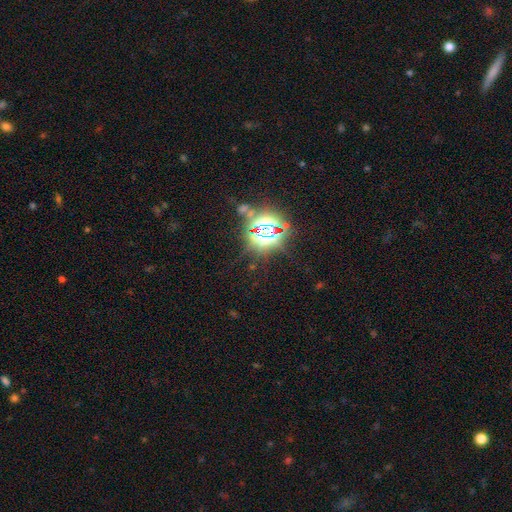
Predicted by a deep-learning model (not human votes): smooth-or-featured: star or artifact: 80% | smooth: 12% | featured or disk: 7%